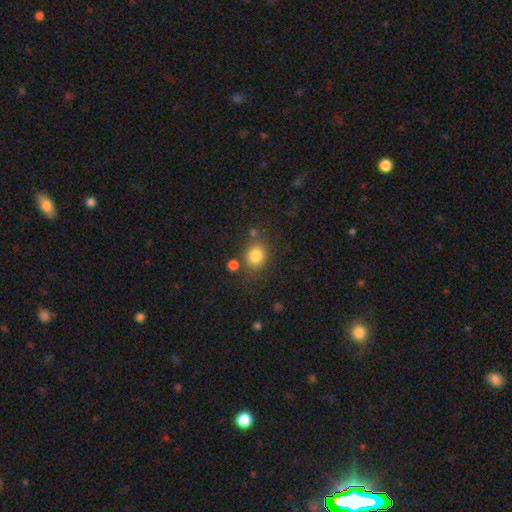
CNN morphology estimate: Smooth or featured? Predicted: smooth (p=0.82). How rounded? Predicted: round (p=0.70). Merging? Predicted: none (p=0.75).